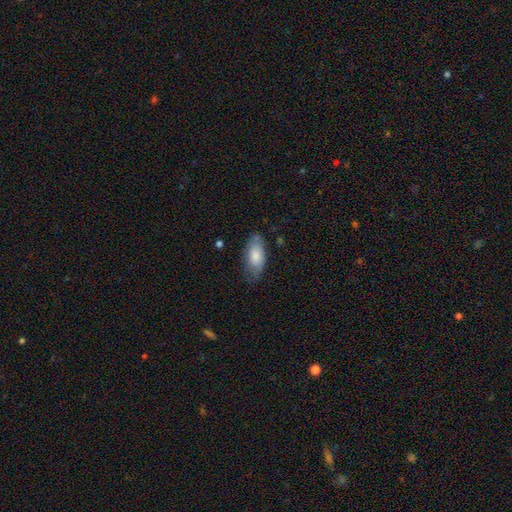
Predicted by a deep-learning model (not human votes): Smooth or featured? smooth (79%)
How rounded? in between (90%)
Merging? none (63%)